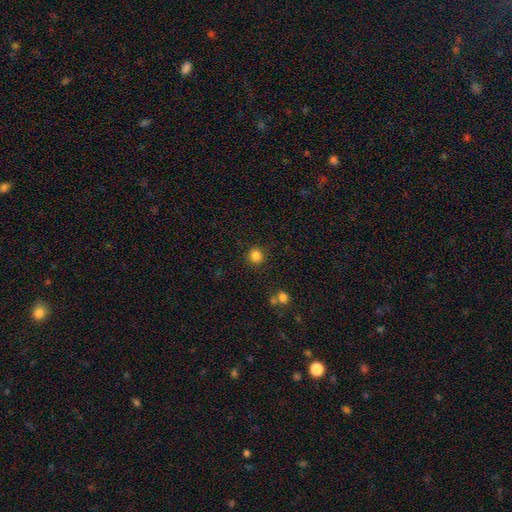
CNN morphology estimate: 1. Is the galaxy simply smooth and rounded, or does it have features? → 84% smooth, 12% star or artifact, 4% featured or disk.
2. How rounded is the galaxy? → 90% round, 9% in between, 1% cigar-shaped.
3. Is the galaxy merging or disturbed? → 87% none, 7% minor disturbance, 3% merger, 3% major disturbance.